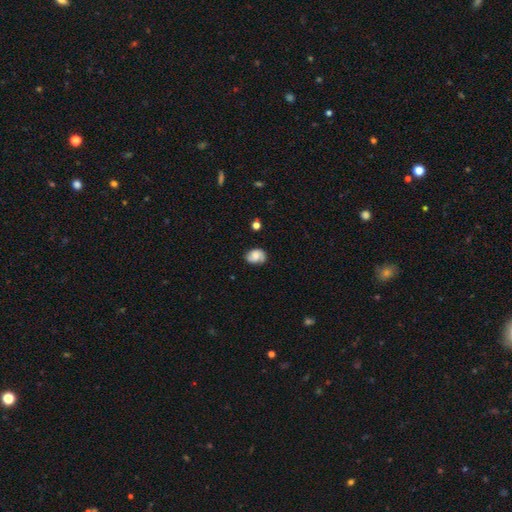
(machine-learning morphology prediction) smooth_or_featured: smooth (p=0.53) [alt: featured or disk p=0.38]
how_rounded: in between (p=0.63) [alt: round p=0.36]
merging: none (p=0.69) [alt: minor disturbance p=0.23]